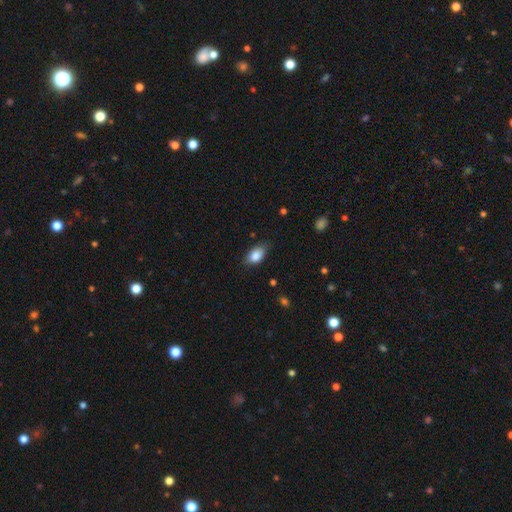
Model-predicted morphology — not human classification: smooth 85%, featured or disk 8%, star or artifact 7%. Down the decision tree: how rounded — in between (89%); merging — none (76%).